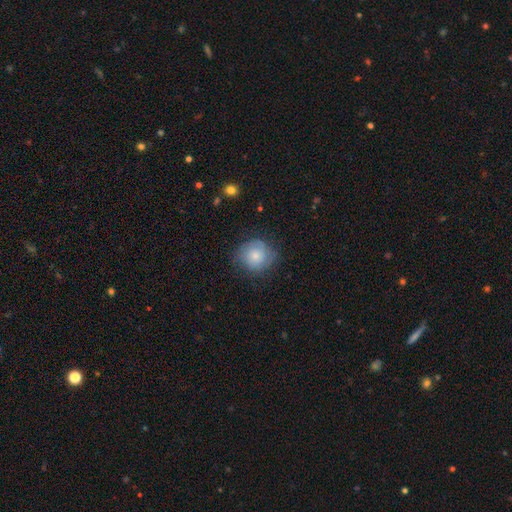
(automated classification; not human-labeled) Q: Smooth or featured?
A: smooth (67%); runner-up: featured or disk (26%)
Q: How rounded?
A: round (88%); runner-up: in between (11%)
Q: Merging?
A: none (68%); runner-up: minor disturbance (22%)